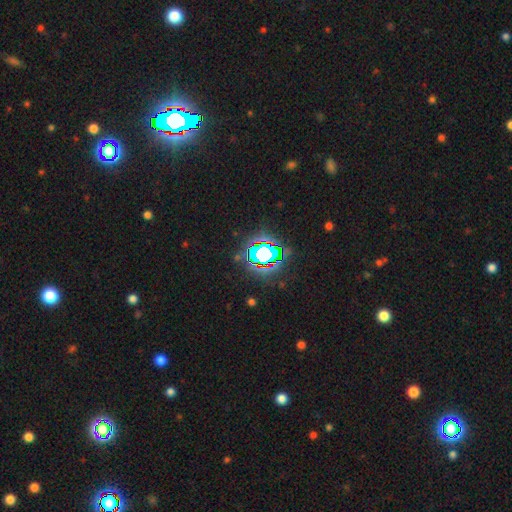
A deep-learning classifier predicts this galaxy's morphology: type=star or artifact (71%).